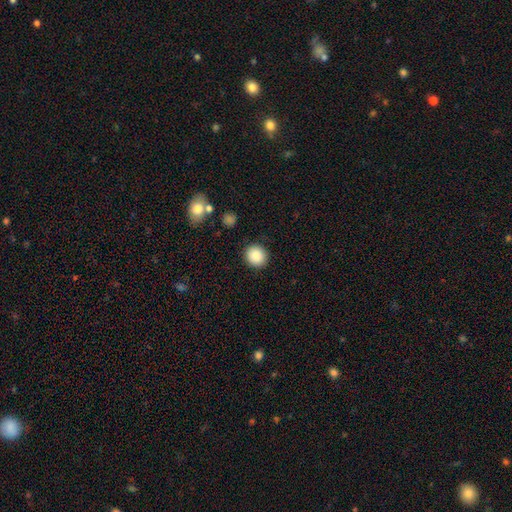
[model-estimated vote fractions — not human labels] Smooth or featured?
  - smooth: 87% *
  - star or artifact: 8%
  - featured or disk: 4%
How rounded?
  - round: 87% *
  - in between: 12%
  - cigar-shaped: 1%
Merging?
  - none: 90% *
  - minor disturbance: 6%
  - major disturbance: 2%
  - merger: 2%